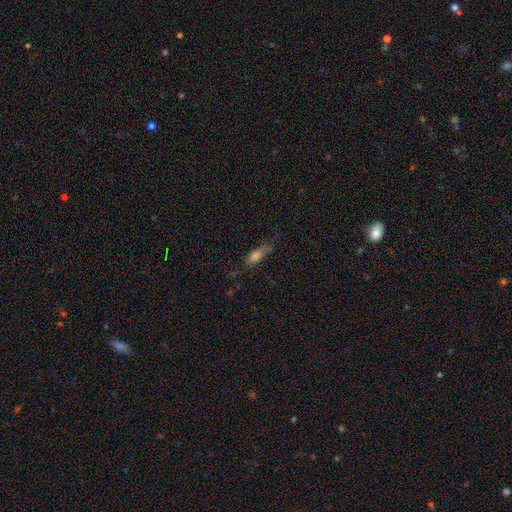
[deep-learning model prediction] A smooth galaxy with no disk features (66%) that is in between round and cigar-shaped (52%). Merging: none (50%).